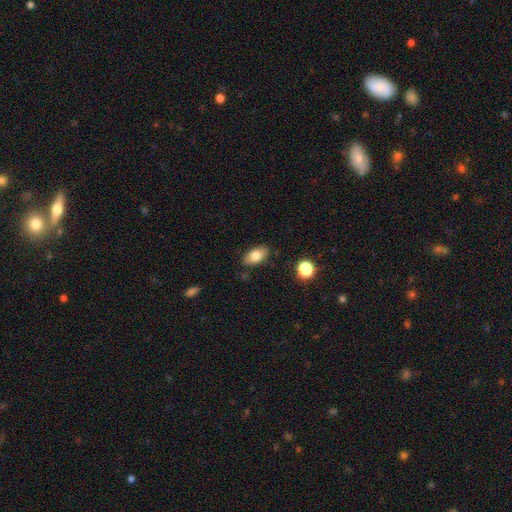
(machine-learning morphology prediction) Smooth or featured? smooth (79%)
How rounded? in between (90%)
Merging? none (83%)